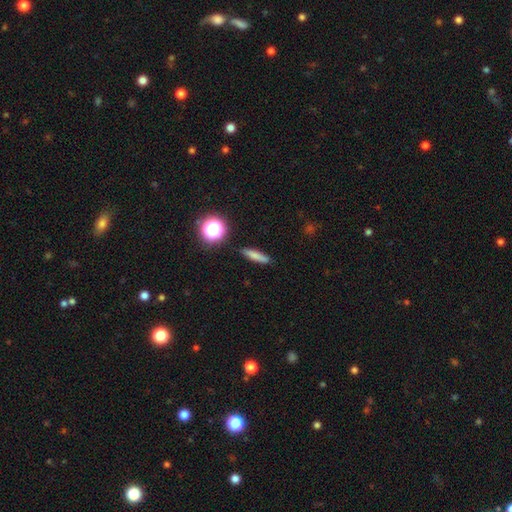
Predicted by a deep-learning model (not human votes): The model was most divided on "smooth or featured": smooth: 74%, featured or disk: 14%, star or artifact: 12%. More confident: merging — none (88%); how rounded — cigar-shaped (78%).